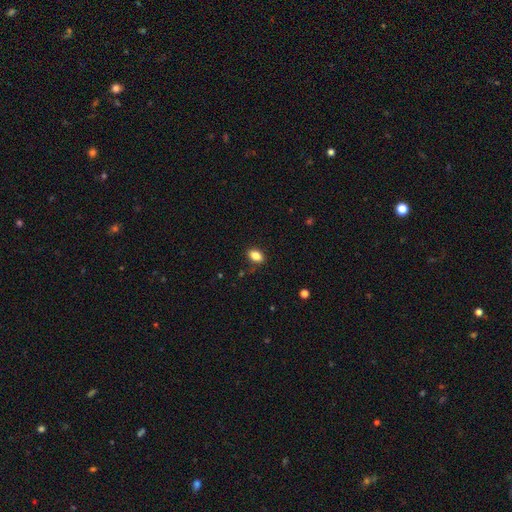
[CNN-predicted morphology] Overall: smooth (85%). How rounded: in between (85%). Merging: none (86%).